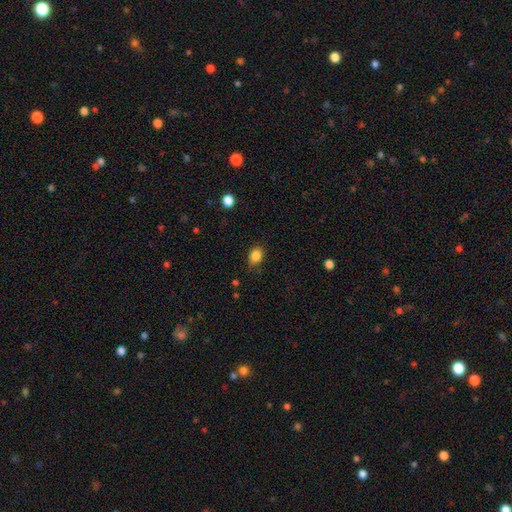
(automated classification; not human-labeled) The model was most divided on "how rounded": in between: 58%, round: 41%, cigar-shaped: 1%. More confident: smooth or featured — smooth (85%); merging — none (77%).